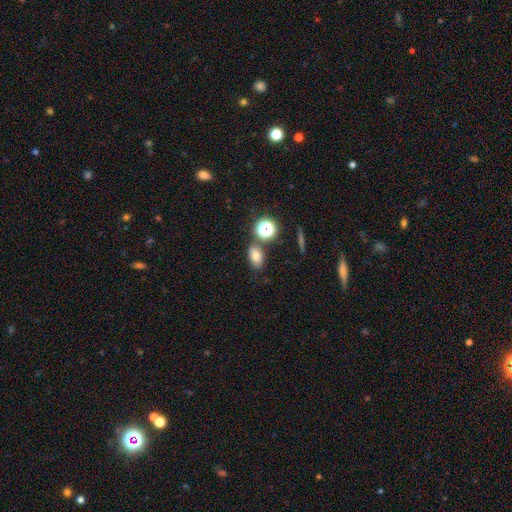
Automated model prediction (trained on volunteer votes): Overall: smooth (71%). How rounded: in between (79%). Merging: none (73%).